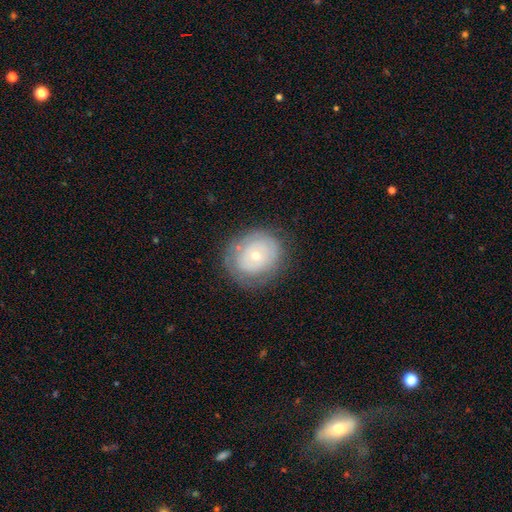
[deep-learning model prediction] smooth-or-featured: featured or disk: 49% | smooth: 44% | star or artifact: 8%
  merging: none: 78% | minor disturbance: 15% | major disturbance: 6% | merger: 1%